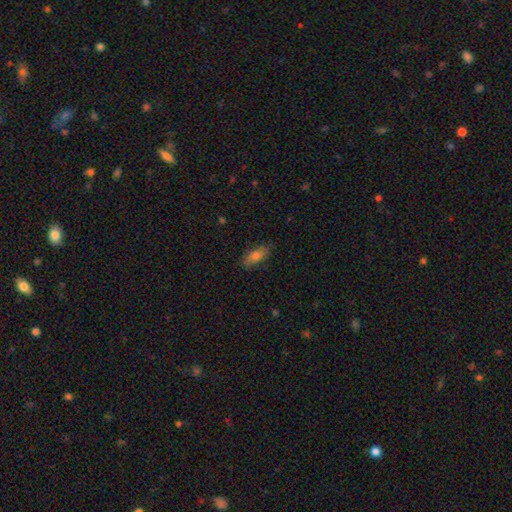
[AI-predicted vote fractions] Q: Smooth or featured?
A: smooth (75%); runner-up: featured or disk (16%)
Q: How rounded?
A: in between (67%); runner-up: cigar-shaped (30%)
Q: Merging?
A: none (82%); runner-up: minor disturbance (14%)